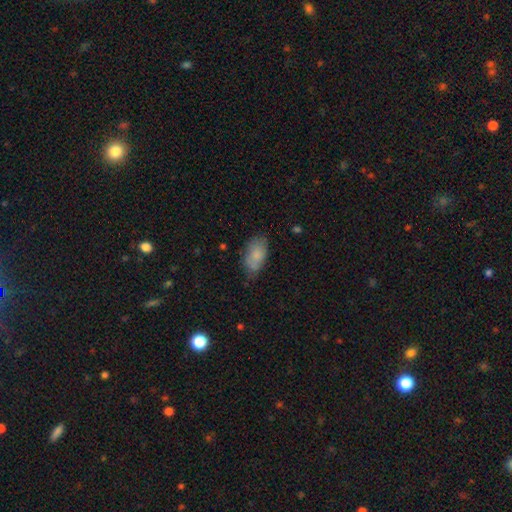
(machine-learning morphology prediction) Smooth or featured? smooth (78%)
How rounded? in between (93%)
Merging? none (63%)